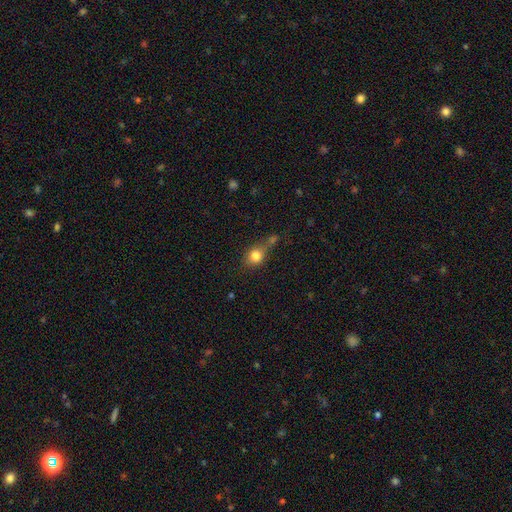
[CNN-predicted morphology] smooth-or-featured: smooth: 79% | star or artifact: 11% | featured or disk: 10%
  how-rounded: round: 61% | in between: 36% | cigar-shaped: 2%
  merging: none: 44% | merger: 24% | minor disturbance: 21% | major disturbance: 11%